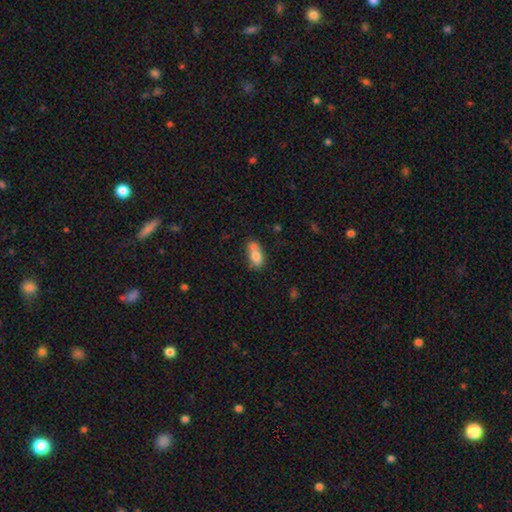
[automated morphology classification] smooth_or_featured: smooth (p=0.77) [alt: featured or disk p=0.14]
how_rounded: in between (p=0.83) [alt: cigar-shaped p=0.09]
merging: none (p=0.42) [alt: merger p=0.33]